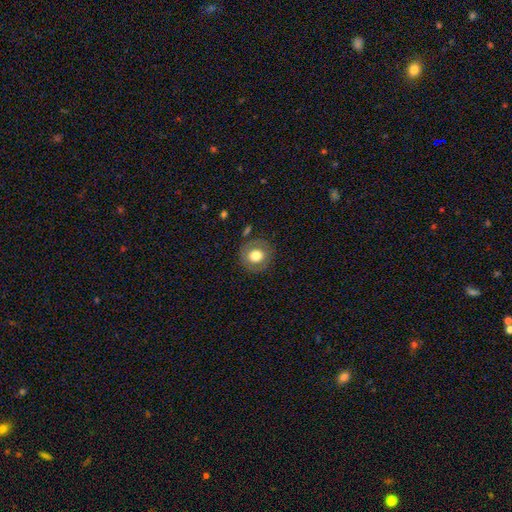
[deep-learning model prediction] A smooth galaxy with no disk features (70%) that is round (87%).

Vote fractions:
- Smooth or featured? smooth: 70% / featured or disk: 20% / star or artifact: 9%
- How rounded? round: 87% / in between: 12% / cigar-shaped: 1%
- Merging? none: 82% / minor disturbance: 11% / major disturbance: 4% / merger: 2%